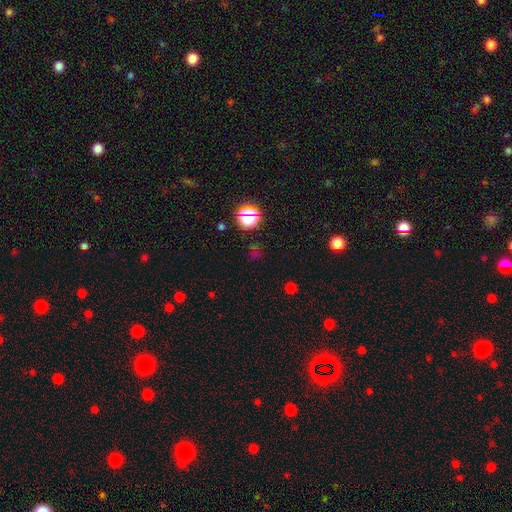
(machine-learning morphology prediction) Smooth or featured?
  - star or artifact: 57% *
  - smooth: 36%
  - featured or disk: 7%